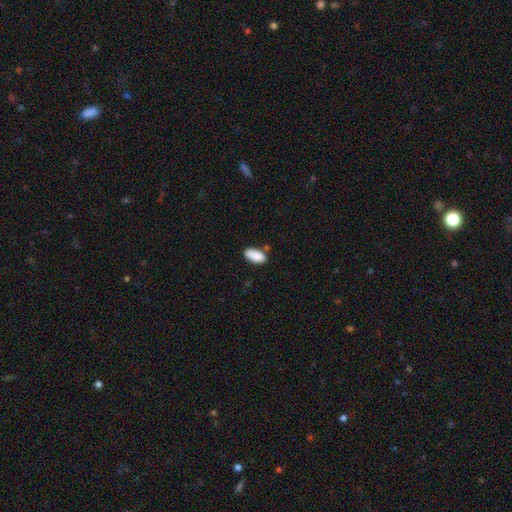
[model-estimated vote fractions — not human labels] smooth-or-featured: smooth: 85% | featured or disk: 7% | star or artifact: 7%
  how-rounded: in between: 91% | cigar-shaped: 6% | round: 3%
  merging: none: 65% | minor disturbance: 20% | merger: 10% | major disturbance: 5%